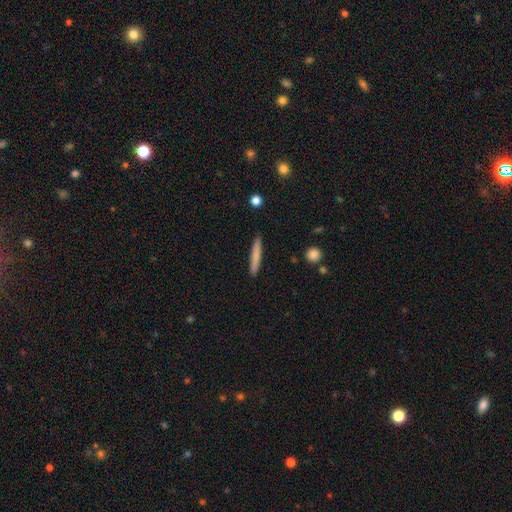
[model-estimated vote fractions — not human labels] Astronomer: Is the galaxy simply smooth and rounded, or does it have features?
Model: smooth — 76%.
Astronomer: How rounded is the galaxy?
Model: cigar-shaped — 95%.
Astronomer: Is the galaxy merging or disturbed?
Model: none — 90%.